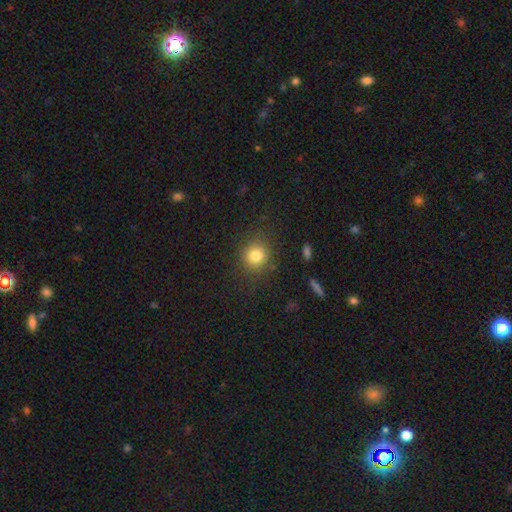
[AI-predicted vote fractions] Smooth or featured? Predicted: smooth (p=0.81). How rounded? Predicted: round (p=0.87). Merging? Predicted: none (p=0.85).